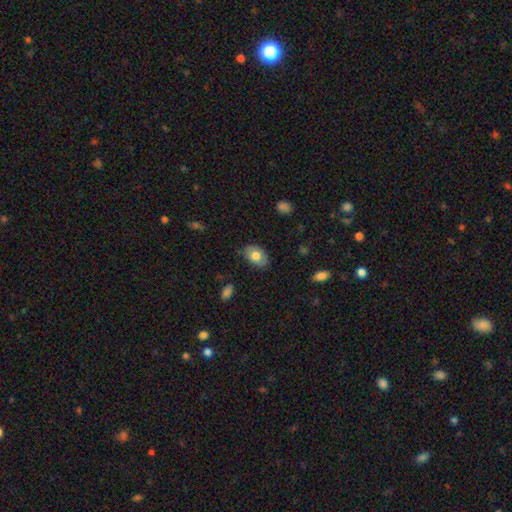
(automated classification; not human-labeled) smooth-or-featured: smooth: 75% | featured or disk: 19% | star or artifact: 7%
  how-rounded: in between: 88% | round: 11% | cigar-shaped: 1%
  merging: none: 79% | minor disturbance: 17% | major disturbance: 3% | merger: 1%